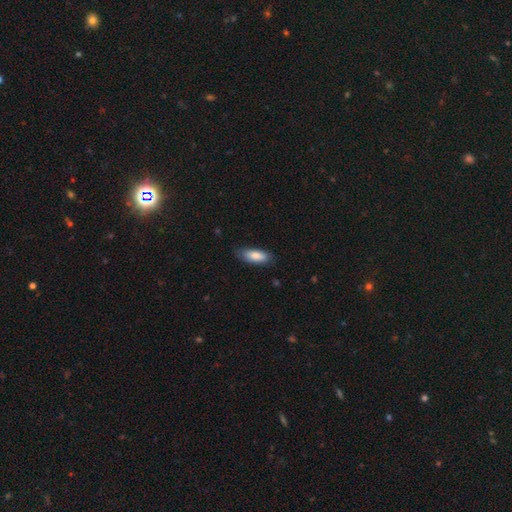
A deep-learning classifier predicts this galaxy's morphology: Smooth or featured? smooth (83%)
How rounded? in between (73%)
Merging? none (79%)